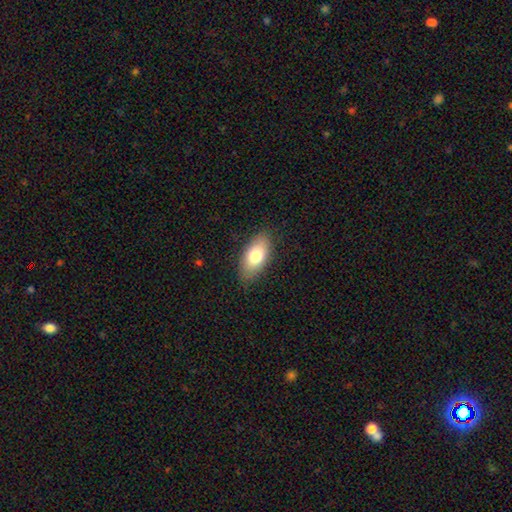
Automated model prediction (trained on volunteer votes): This appears to be a smooth galaxy with no disk features (75%) that is in between round and cigar-shaped (89%). Merging: none (85%).